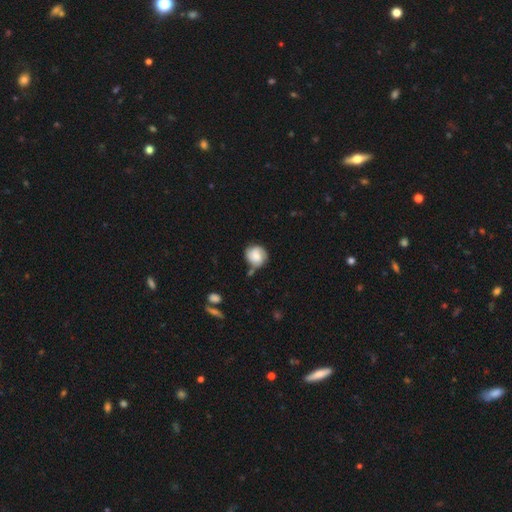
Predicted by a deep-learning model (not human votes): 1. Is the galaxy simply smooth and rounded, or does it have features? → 54% smooth, 38% featured or disk, 8% star or artifact.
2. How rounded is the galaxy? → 81% round, 18% in between, 1% cigar-shaped.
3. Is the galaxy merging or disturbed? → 57% none, 26% minor disturbance, 9% merger, 8% major disturbance.